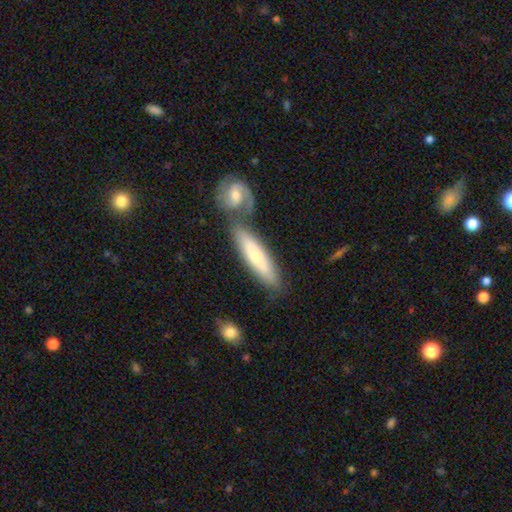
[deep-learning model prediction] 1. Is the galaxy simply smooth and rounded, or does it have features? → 59% smooth, 36% featured or disk, 5% star or artifact.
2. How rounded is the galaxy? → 74% cigar-shaped, 24% in between, 2% round.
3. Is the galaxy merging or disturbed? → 59% none, 26% merger, 12% minor disturbance, 3% major disturbance.